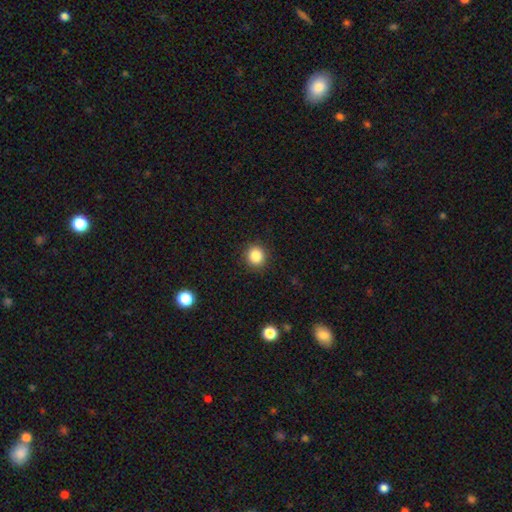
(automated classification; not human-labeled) smooth 85%, star or artifact 10%, featured or disk 4%. Down the decision tree: how rounded — round (89%); merging — none (90%).